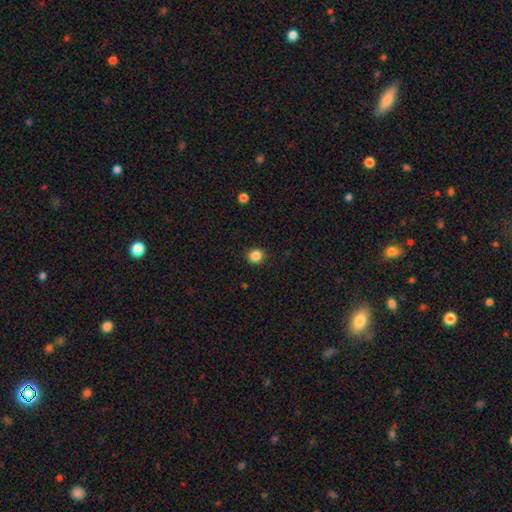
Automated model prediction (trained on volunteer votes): Smooth or featured? Predicted: smooth (p=0.86). How rounded? Predicted: round (p=0.88). Merging? Predicted: none (p=0.91).